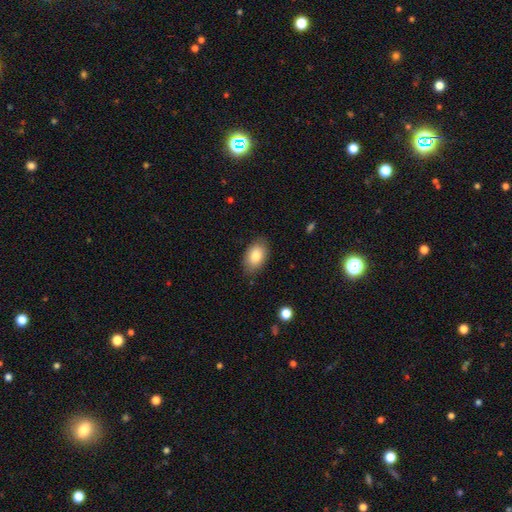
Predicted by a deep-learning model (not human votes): Q: Smooth or featured?
A: smooth (83%); runner-up: featured or disk (10%)
Q: How rounded?
A: in between (90%); runner-up: round (9%)
Q: Merging?
A: none (82%); runner-up: minor disturbance (14%)